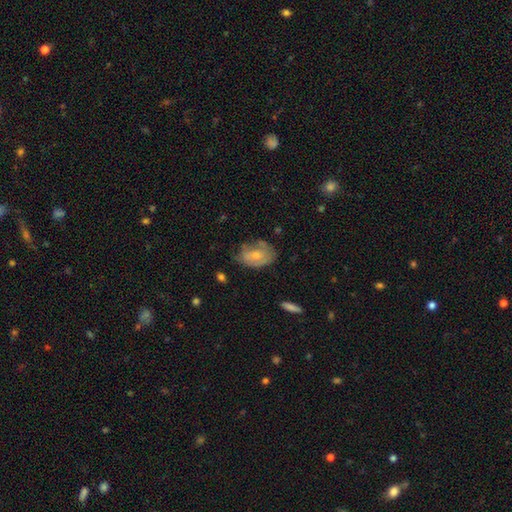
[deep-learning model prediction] This appears to be a smooth galaxy with no disk features (53%) that is in between round and cigar-shaped (80%). Merging: none (51%).